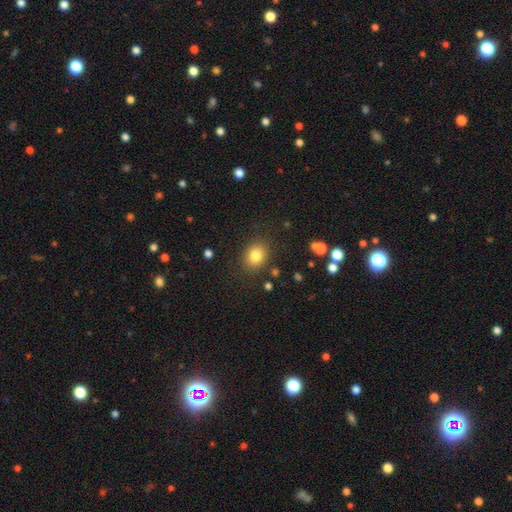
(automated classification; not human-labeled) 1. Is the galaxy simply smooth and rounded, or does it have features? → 80% smooth, 11% star or artifact, 8% featured or disk.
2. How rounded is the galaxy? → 56% round, 43% in between, 1% cigar-shaped.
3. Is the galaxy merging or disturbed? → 85% none, 9% minor disturbance, 3% major disturbance, 2% merger.